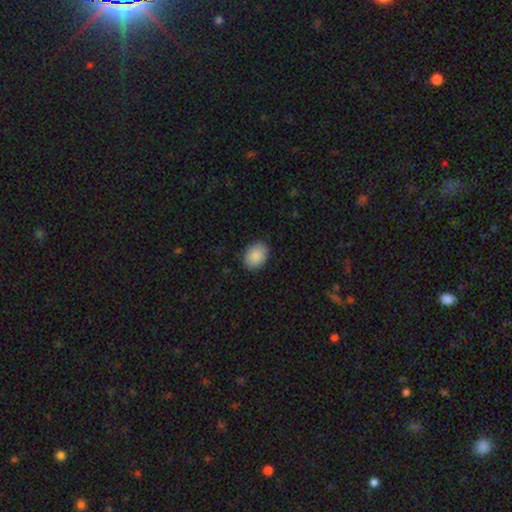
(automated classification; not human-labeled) Morphology: type=smooth (89%); roundness=in between (68%); merging=none (87%).